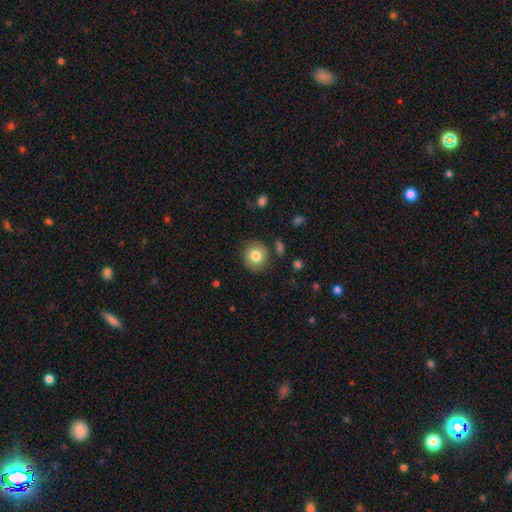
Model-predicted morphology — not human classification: The model was most divided on "smooth or featured": smooth: 80%, featured or disk: 11%, star or artifact: 9%. More confident: how rounded — round (87%); merging — none (84%).